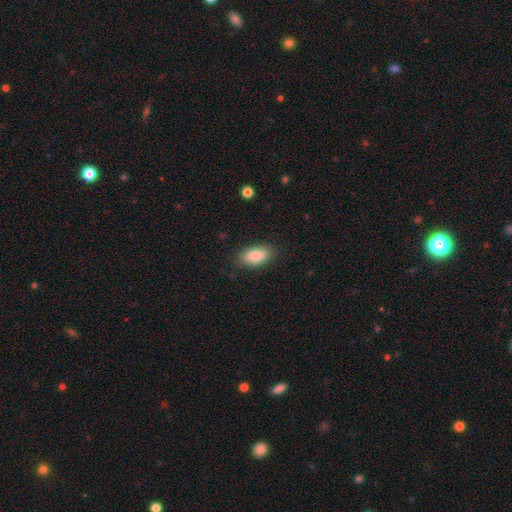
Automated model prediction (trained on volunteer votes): smooth-or-featured: smooth: 87% | featured or disk: 6% | star or artifact: 6%
  how-rounded: in between: 92% | cigar-shaped: 5% | round: 3%
  merging: none: 84% | minor disturbance: 12% | major disturbance: 3% | merger: 1%